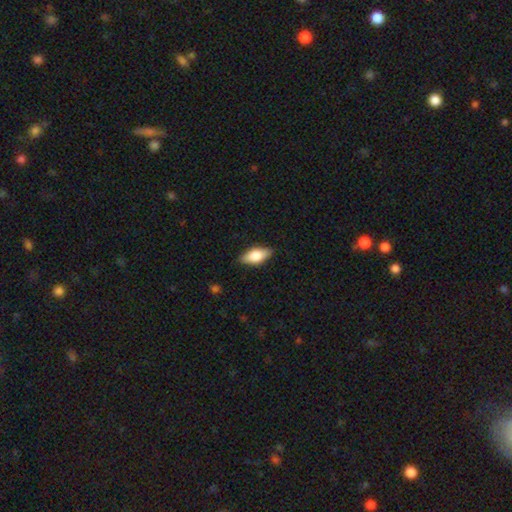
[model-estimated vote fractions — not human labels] A smooth galaxy with no disk features (70%) that is in between round and cigar-shaped (84%). Merging: none (86%).